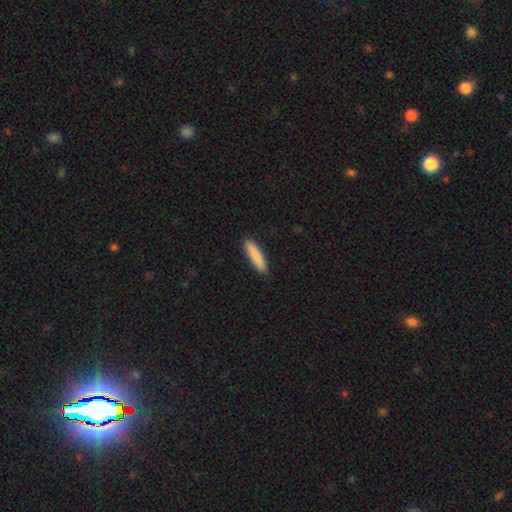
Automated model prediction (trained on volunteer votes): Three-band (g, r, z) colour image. It shows a smooth galaxy with no disk features (87%) that is cigar-shaped (82%). Merging: none (90%).